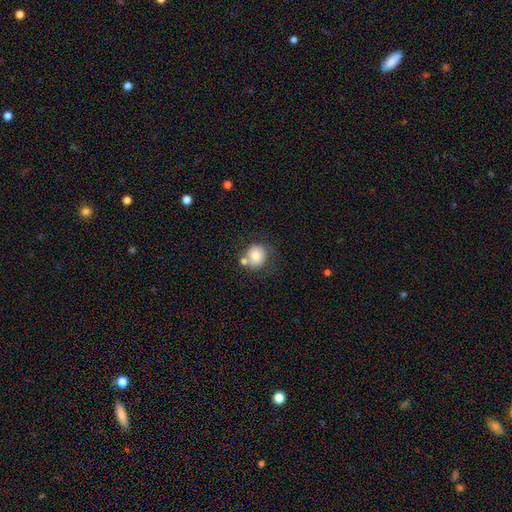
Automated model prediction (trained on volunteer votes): This appears to be a smooth galaxy with no disk features (78%) that is round (83%). Merging: none (54%).